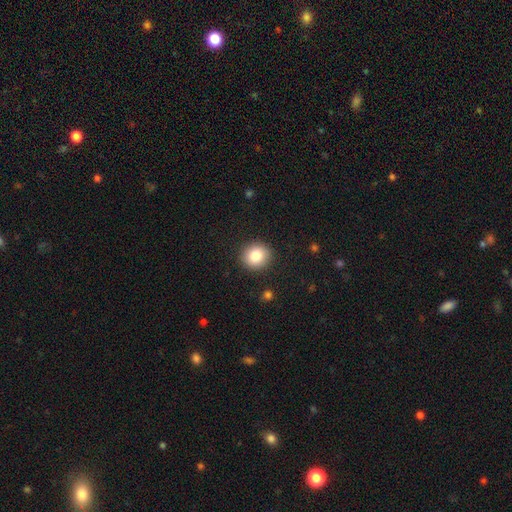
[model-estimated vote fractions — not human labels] Overall: smooth (83%). How rounded: round (86%). Merging: none (91%).